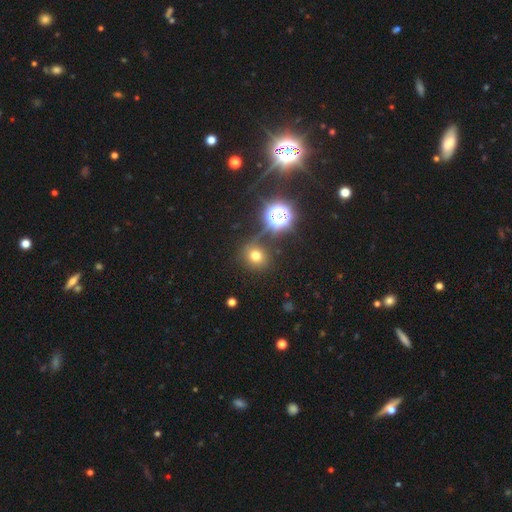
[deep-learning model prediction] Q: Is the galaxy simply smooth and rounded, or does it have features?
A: smooth — 66%.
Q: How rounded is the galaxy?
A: round — 87%.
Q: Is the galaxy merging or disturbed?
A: none — 76%.